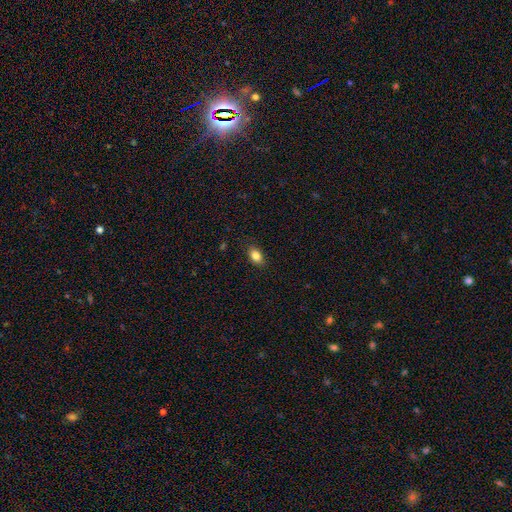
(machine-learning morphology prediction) Smooth or featured? Predicted: smooth (p=0.85). How rounded? Predicted: in between (p=0.86). Merging? Predicted: none (p=0.86).